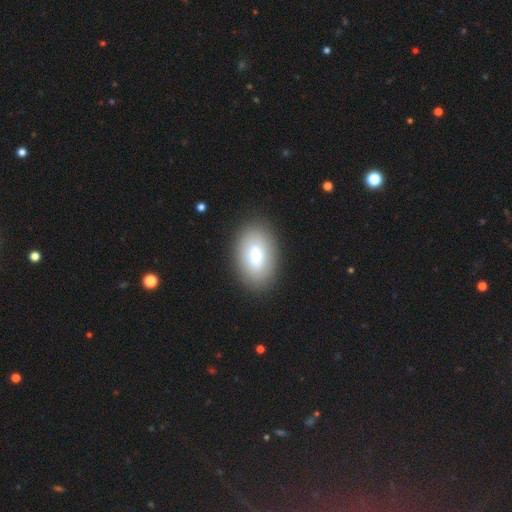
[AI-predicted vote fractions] Overall: smooth (75%). How rounded: in between (89%). Merging: none (84%).